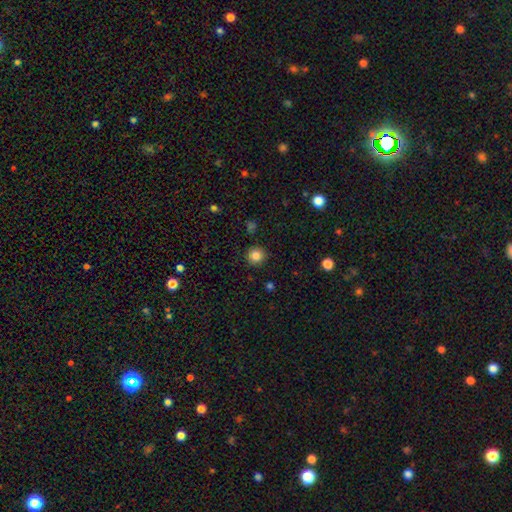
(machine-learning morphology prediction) A smooth galaxy with no disk features (85%) that is round (93%).

Vote fractions:
- Smooth or featured? smooth: 85% / star or artifact: 11% / featured or disk: 4%
- How rounded? round: 93% / in between: 6% / cigar-shaped: 1%
- Merging? none: 91% / minor disturbance: 6% / major disturbance: 2% / merger: 1%